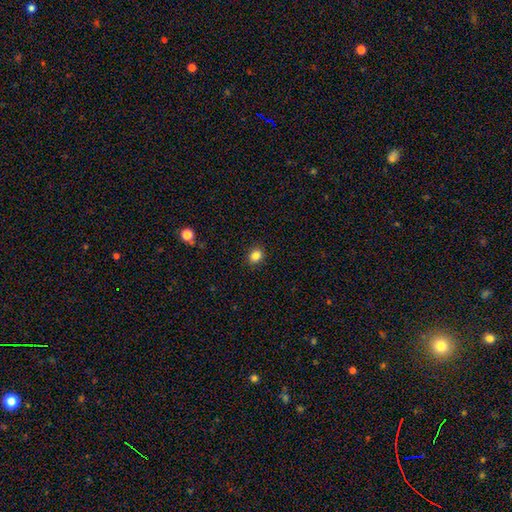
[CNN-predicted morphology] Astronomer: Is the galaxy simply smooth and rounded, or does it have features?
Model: smooth — 84%.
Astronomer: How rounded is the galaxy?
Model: round — 62% (runner-up: in between, 37%).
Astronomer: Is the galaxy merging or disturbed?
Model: none — 90%.